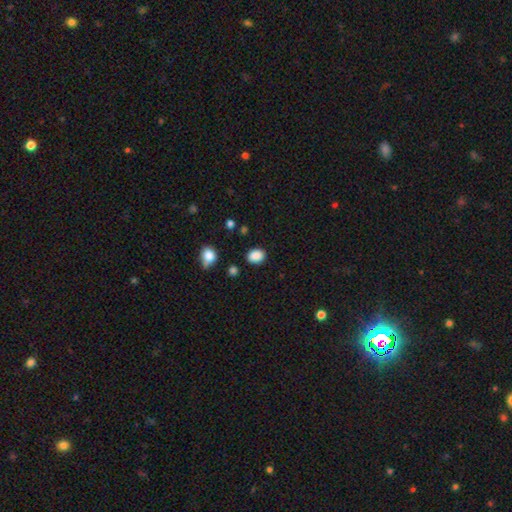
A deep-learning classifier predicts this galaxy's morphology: Overall: smooth (88%). How rounded: in between (62%; round 37%). Merging: none (84%).